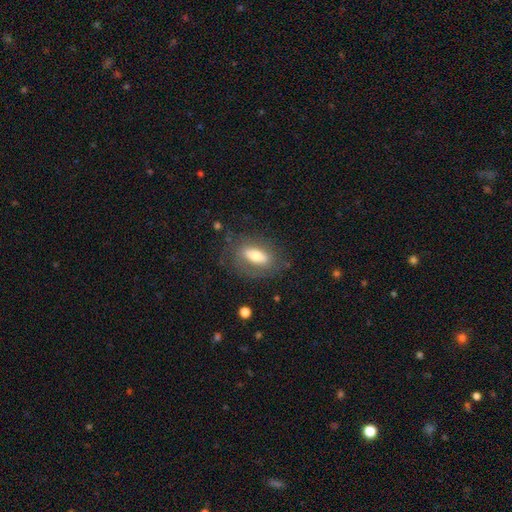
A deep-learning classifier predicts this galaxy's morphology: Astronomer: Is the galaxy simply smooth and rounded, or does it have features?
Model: smooth — 59%.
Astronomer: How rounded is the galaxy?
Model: in between — 80%.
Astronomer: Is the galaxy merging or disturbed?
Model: none — 70%.